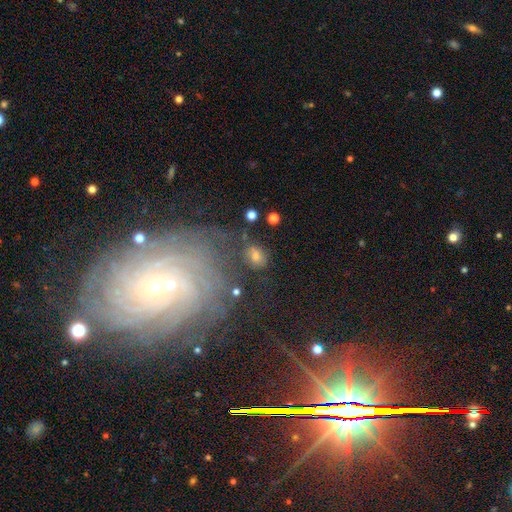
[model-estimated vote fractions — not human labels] This appears to be a smooth galaxy with no disk features (62%) that is in between round and cigar-shaped (56%). Merging: none (66%).